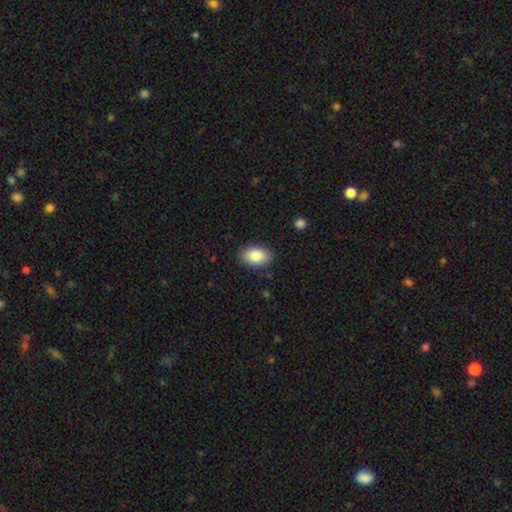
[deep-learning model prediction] A smooth galaxy with no disk features (87%) that is in between round and cigar-shaped (91%).

Vote fractions:
- Smooth or featured? smooth: 87% / featured or disk: 7% / star or artifact: 7%
- How rounded? in between: 91% / round: 8% / cigar-shaped: 1%
- Merging? none: 86% / minor disturbance: 10% / major disturbance: 3% / merger: 1%